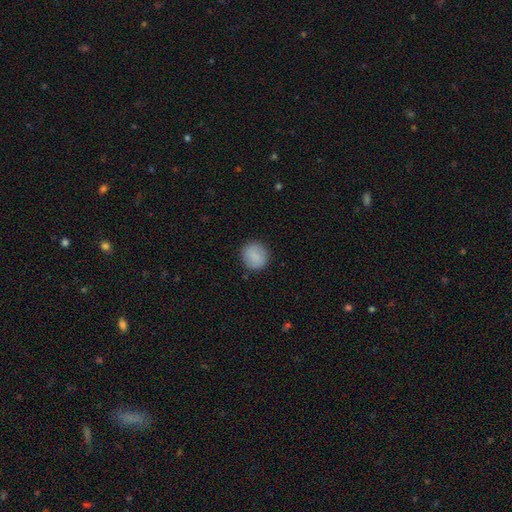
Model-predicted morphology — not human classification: This is clearly a smooth galaxy (87%). How rounded: clearly round (89%). Merging: clearly none (88%).